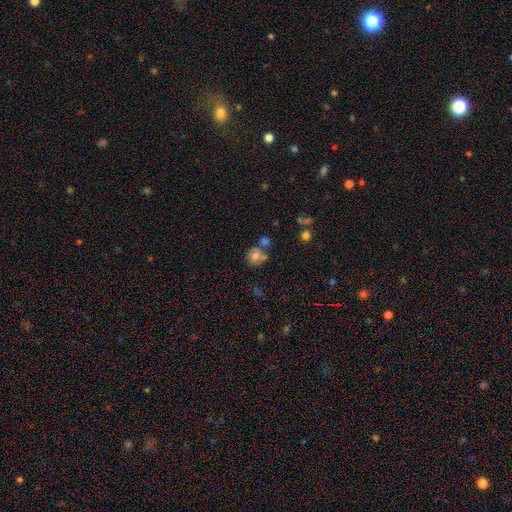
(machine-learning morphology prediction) A smooth galaxy with no disk features (61%) that is round (71%).

Vote fractions:
- Smooth or featured? smooth: 61% / featured or disk: 28% / star or artifact: 11%
- How rounded? round: 71% / in between: 28% / cigar-shaped: 1%
- Merging? none: 48% / merger: 29% / minor disturbance: 16% / major disturbance: 7%